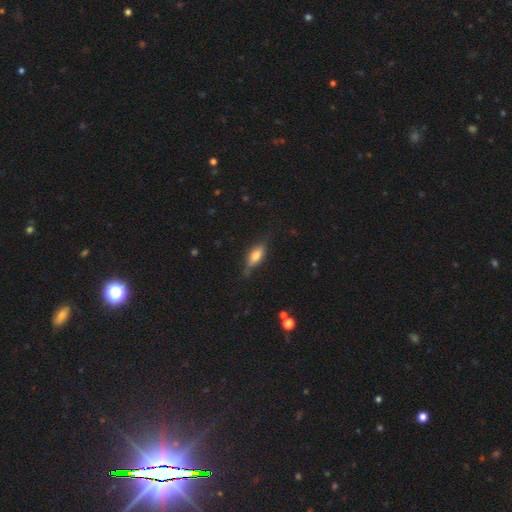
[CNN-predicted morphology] The model was most divided on "smooth or featured": smooth: 58%, featured or disk: 35%, star or artifact: 8%. More confident: how rounded — in between (71%); merging — none (68%).